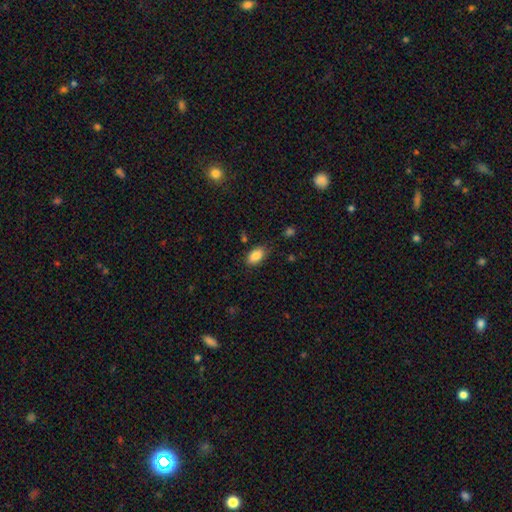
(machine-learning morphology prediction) type=smooth (86%); roundness=in between (92%); merging=none (80%).